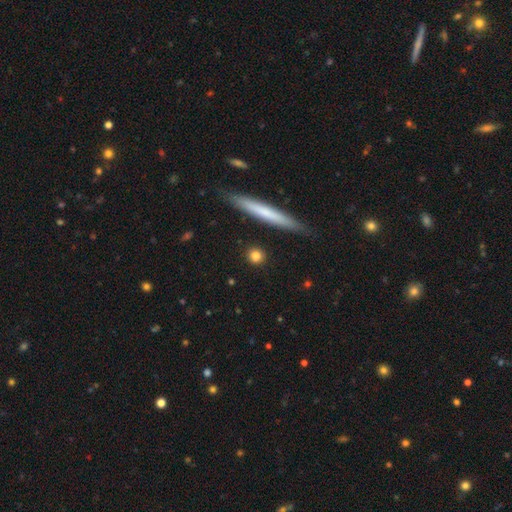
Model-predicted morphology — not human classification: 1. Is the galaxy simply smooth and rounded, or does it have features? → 80% smooth, 11% featured or disk, 8% star or artifact.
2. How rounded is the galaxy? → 79% round, 12% cigar-shaped, 9% in between.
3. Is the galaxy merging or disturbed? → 89% none, 7% minor disturbance, 2% major disturbance, 2% merger.